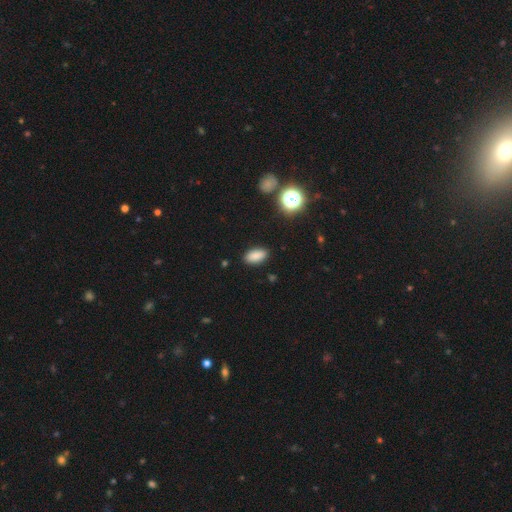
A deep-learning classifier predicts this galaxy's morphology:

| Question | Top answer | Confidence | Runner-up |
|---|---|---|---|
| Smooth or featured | smooth | 86% | star or artifact (10%) |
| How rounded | in between | 89% | cigar-shaped (6%) |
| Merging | none | 89% | minor disturbance (8%) |